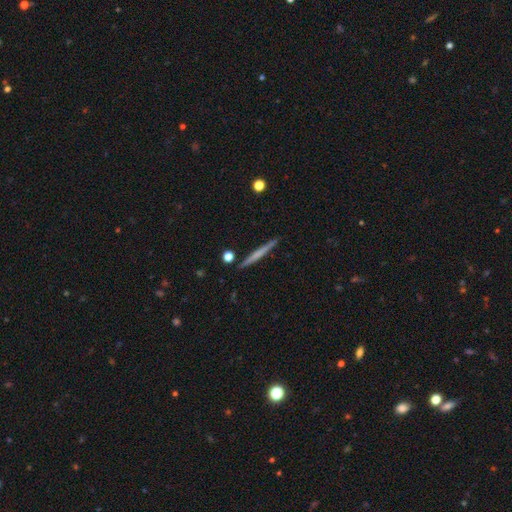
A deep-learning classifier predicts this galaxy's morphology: Overall: featured or disk (49%; smooth 45%). Merging: none (91%).